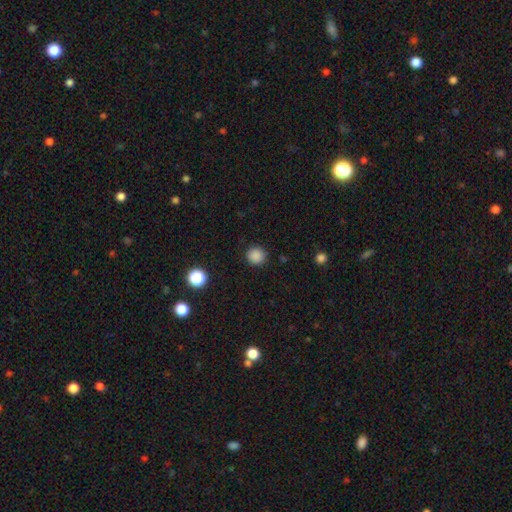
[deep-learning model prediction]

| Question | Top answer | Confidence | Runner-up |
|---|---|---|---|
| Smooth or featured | smooth | 86% | star or artifact (12%) |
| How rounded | round | 91% | in between (8%) |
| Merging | none | 90% | minor disturbance (7%) |